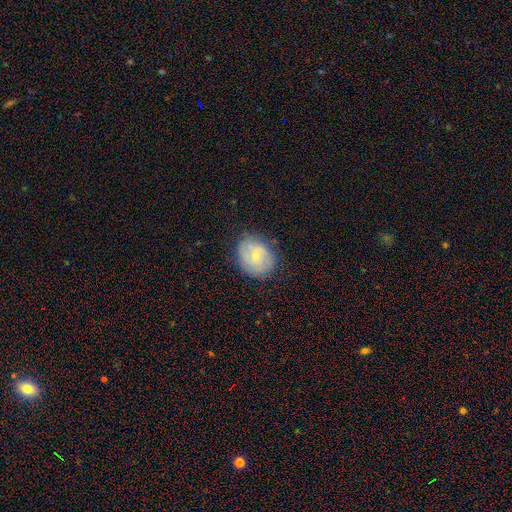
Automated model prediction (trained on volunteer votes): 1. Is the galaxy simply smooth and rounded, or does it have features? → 48% smooth, 44% featured or disk, 8% star or artifact.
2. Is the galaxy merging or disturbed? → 77% none, 18% minor disturbance, 5% major disturbance, 1% merger.